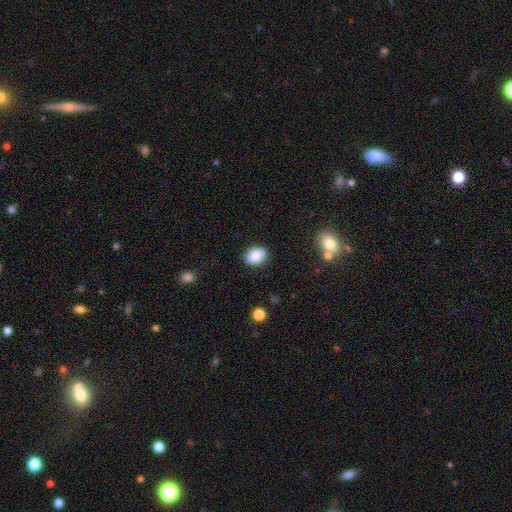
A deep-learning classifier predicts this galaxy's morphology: Overall: smooth (88%). How rounded: in between (68%; round 31%). Merging: none (86%).